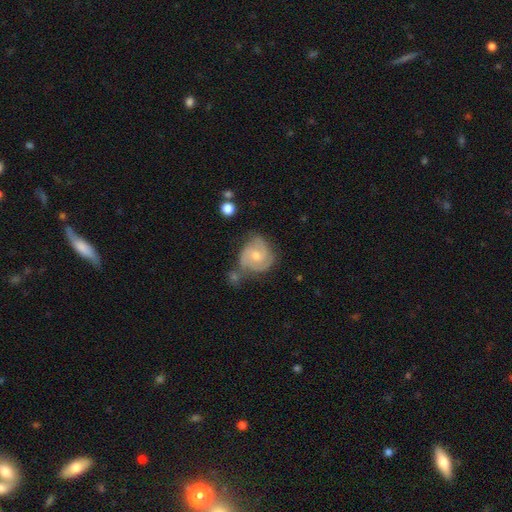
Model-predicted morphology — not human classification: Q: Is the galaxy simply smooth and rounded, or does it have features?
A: featured or disk — 71%.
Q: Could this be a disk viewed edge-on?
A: no — 98%.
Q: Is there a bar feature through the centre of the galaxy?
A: no — 68%.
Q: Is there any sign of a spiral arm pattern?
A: yes — 91%.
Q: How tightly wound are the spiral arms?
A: tight — 51%.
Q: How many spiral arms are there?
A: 2 — 43%.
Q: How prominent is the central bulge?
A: moderate — 61%.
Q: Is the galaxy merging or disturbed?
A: none — 45%.